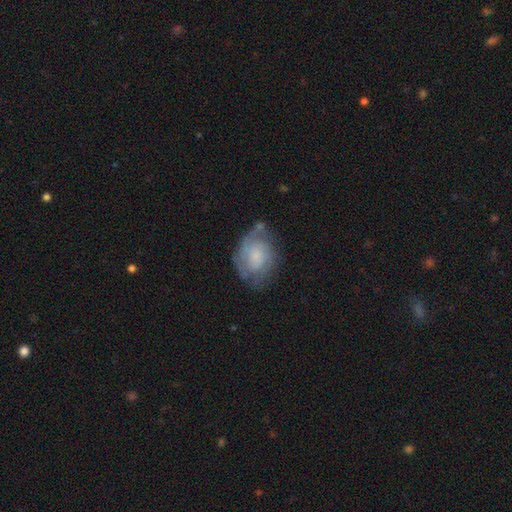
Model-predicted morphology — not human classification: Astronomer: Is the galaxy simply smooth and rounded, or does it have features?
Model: featured or disk — 58% (runner-up: smooth, 34%).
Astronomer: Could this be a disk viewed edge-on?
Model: no — 97%.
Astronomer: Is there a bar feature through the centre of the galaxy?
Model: no — 72%.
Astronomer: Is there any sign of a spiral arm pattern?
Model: yes — 80%.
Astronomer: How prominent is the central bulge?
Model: small — 43% (runner-up: moderate, 24%).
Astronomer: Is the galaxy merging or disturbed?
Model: none — 52% (runner-up: minor disturbance, 28%).